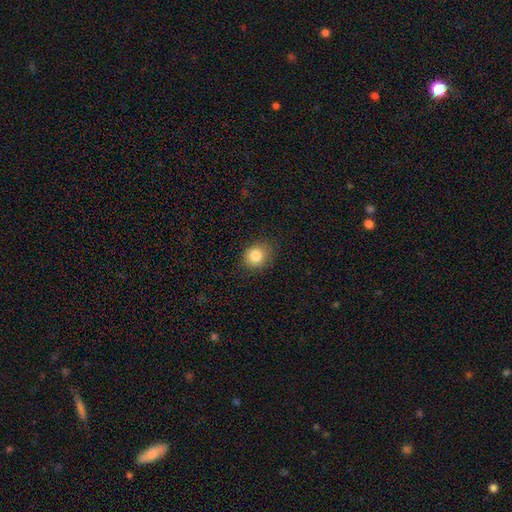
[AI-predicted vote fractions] This appears to be a smooth galaxy with no disk features (85%) that is round (74%). Merging: none (81%).